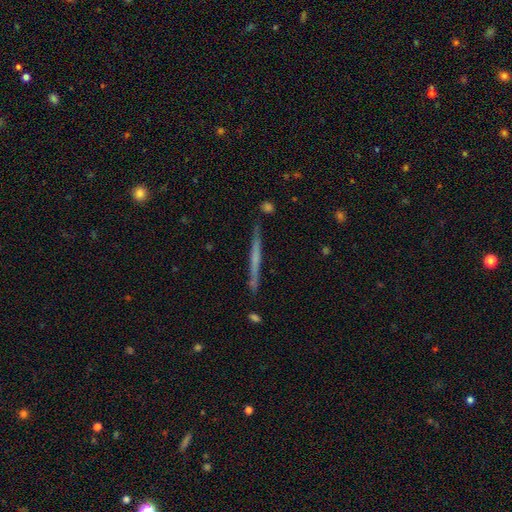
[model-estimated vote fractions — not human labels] A featured or disk galaxy (56%) viewed edge-on (97%) with no central bulge (82%). Merging: none (89%).